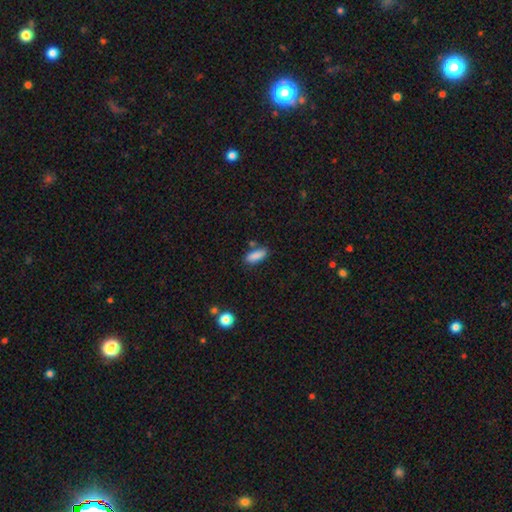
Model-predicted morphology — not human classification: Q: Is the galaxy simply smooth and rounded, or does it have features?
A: smooth — 87%.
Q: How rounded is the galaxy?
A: in between — 71%.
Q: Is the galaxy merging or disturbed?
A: none — 75%.